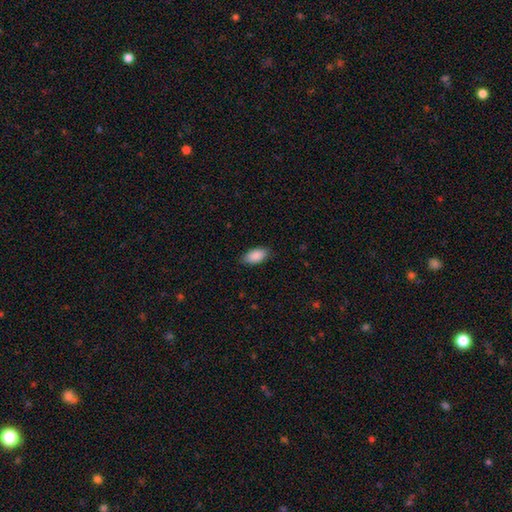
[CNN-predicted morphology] smooth-or-featured: smooth: 90% | star or artifact: 6% | featured or disk: 4%
  how-rounded: in between: 92% | cigar-shaped: 5% | round: 3%
  merging: none: 85% | minor disturbance: 12% | major disturbance: 2% | merger: 1%